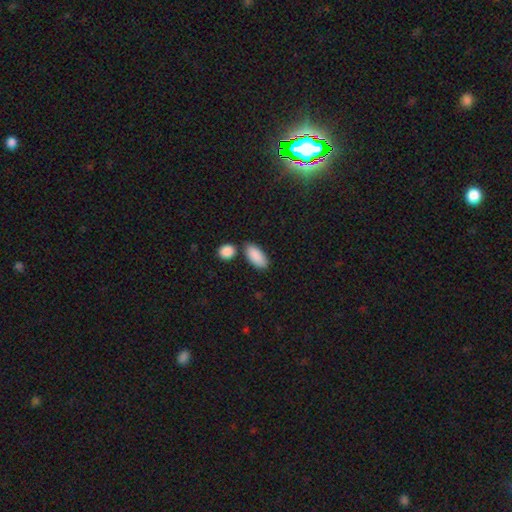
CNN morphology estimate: Smooth or featured?
  - smooth: 90% *
  - star or artifact: 6%
  - featured or disk: 4%
How rounded?
  - in between: 90% *
  - cigar-shaped: 7%
  - round: 3%
Merging?
  - none: 71% *
  - merger: 13%
  - minor disturbance: 13%
  - major disturbance: 3%